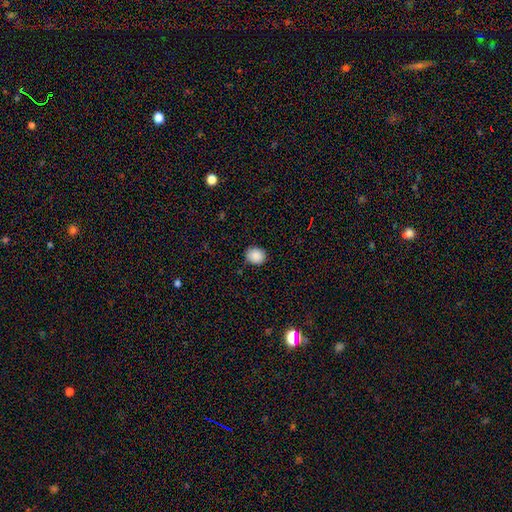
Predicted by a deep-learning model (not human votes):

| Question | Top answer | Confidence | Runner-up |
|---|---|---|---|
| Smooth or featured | smooth | 88% | star or artifact (9%) |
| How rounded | round | 67% | in between (33%) |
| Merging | none | 88% | minor disturbance (9%) |